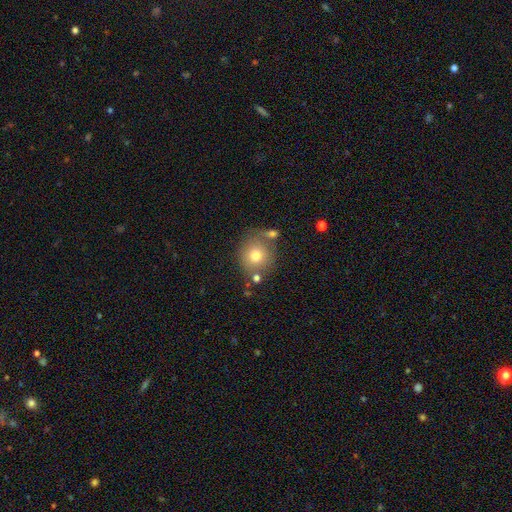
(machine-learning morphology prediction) Smooth or featured?
  - smooth: 75% *
  - featured or disk: 14%
  - star or artifact: 10%
How rounded?
  - round: 86% *
  - in between: 13%
  - cigar-shaped: 1%
Merging?
  - none: 65% *
  - minor disturbance: 15%
  - merger: 15%
  - major disturbance: 5%